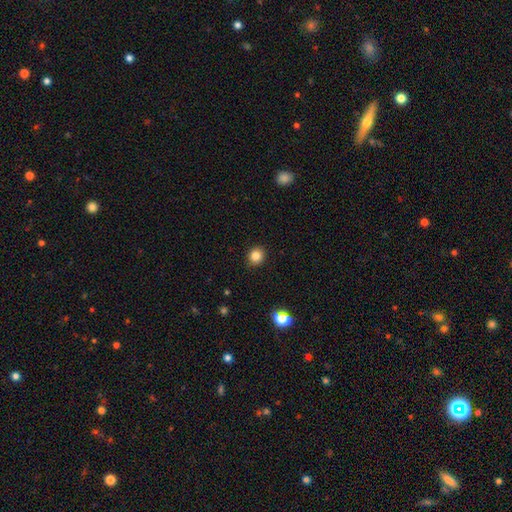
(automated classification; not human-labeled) Smooth or featured?
  - smooth: 83% *
  - star or artifact: 12%
  - featured or disk: 6%
How rounded?
  - round: 77% *
  - in between: 22%
  - cigar-shaped: 1%
Merging?
  - none: 91% *
  - minor disturbance: 6%
  - major disturbance: 2%
  - merger: 1%